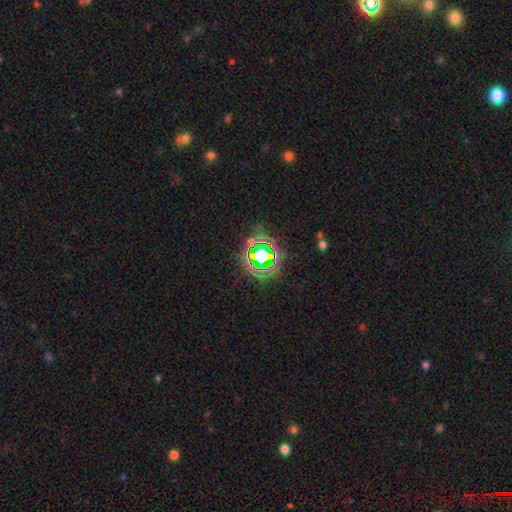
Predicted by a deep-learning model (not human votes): Smooth or featured: star or artifact — 71% (smooth — 17%)